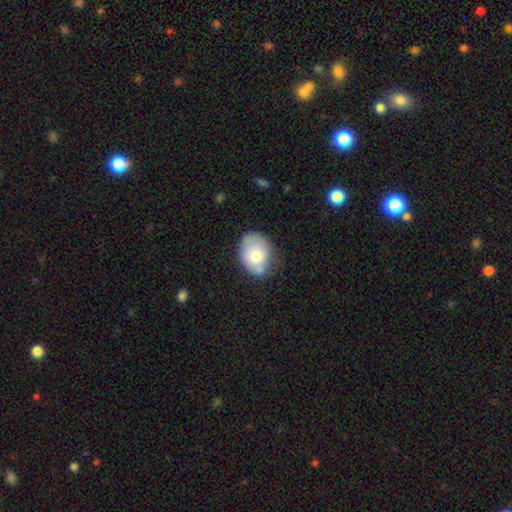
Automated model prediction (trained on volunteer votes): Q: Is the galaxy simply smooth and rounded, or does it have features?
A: smooth — 70%.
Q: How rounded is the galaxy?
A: in between — 61%.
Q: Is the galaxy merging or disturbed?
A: none — 55%.